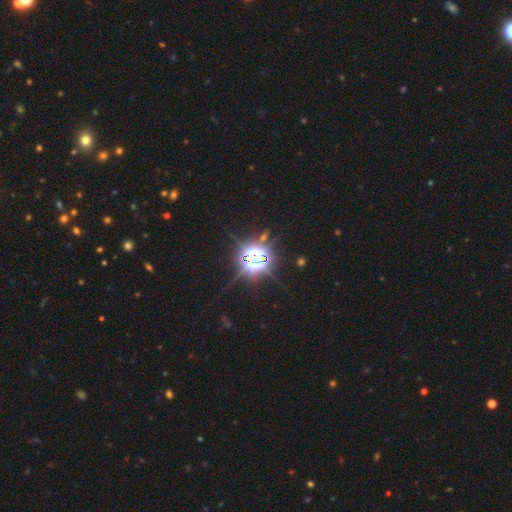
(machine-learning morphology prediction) A star or artifact, not a galaxy (84%).